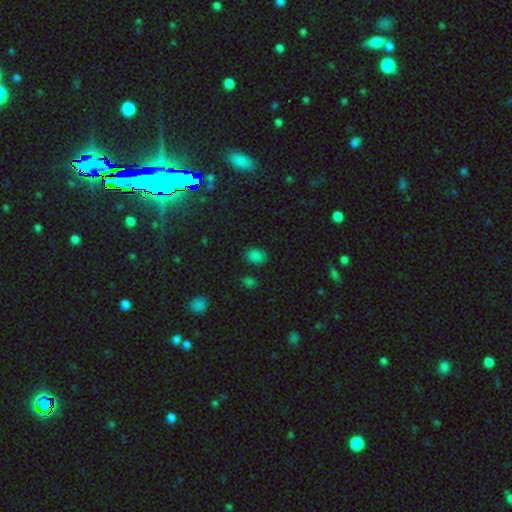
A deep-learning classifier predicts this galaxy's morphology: Overall: smooth (79%). How rounded: in between (67%; round 32%). Merging: none (82%).